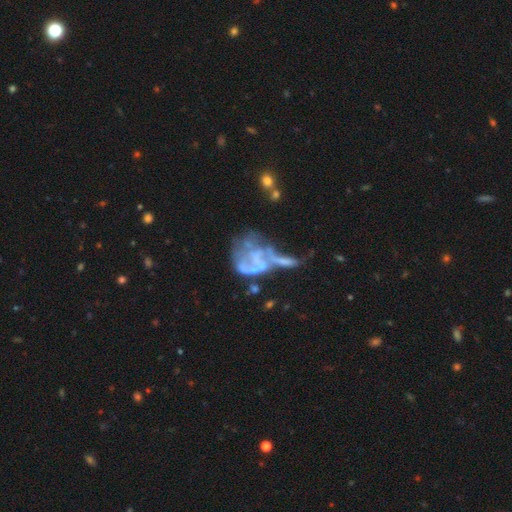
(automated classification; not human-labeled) Morphology: type=featured or disk (66%); edge-on=no (97%); bar=no (83%); spiral arms=no (77%); bulge=none (73%); merging=major disturbance (40%).